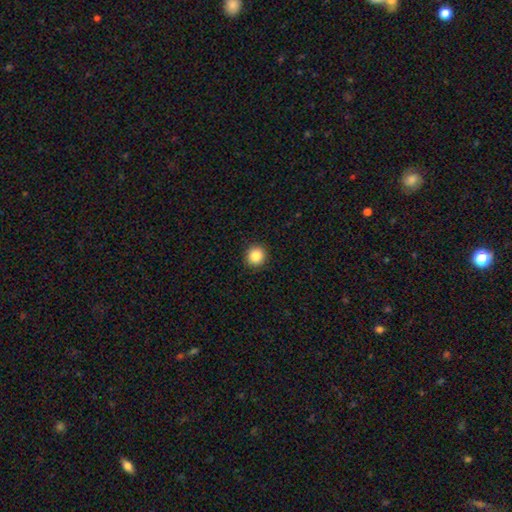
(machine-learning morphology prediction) This is clearly a smooth galaxy (86%). How rounded: clearly round (93%). Merging: clearly none (92%).